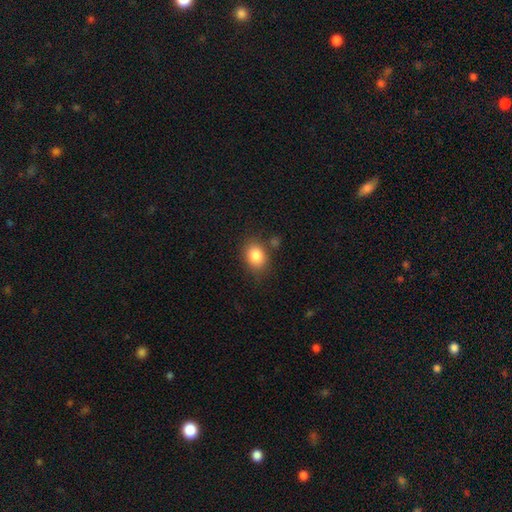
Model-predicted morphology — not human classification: type=smooth (84%); roundness=in between (61%); merging=none (77%).